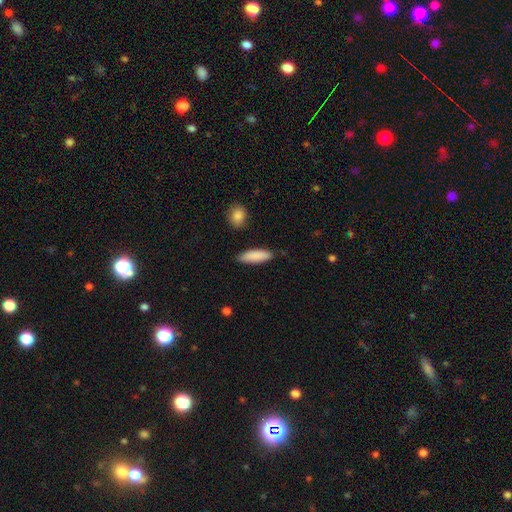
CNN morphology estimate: type=smooth (88%); roundness=in between (52%); merging=none (85%).